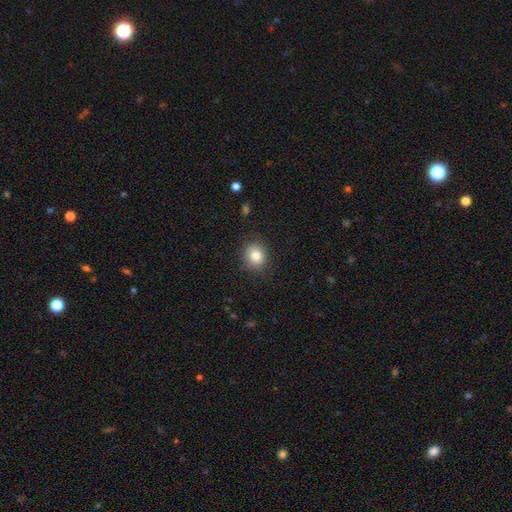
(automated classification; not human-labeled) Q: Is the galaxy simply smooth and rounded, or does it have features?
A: smooth — 82%.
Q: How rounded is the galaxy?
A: round — 72%.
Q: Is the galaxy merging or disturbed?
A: none — 86%.